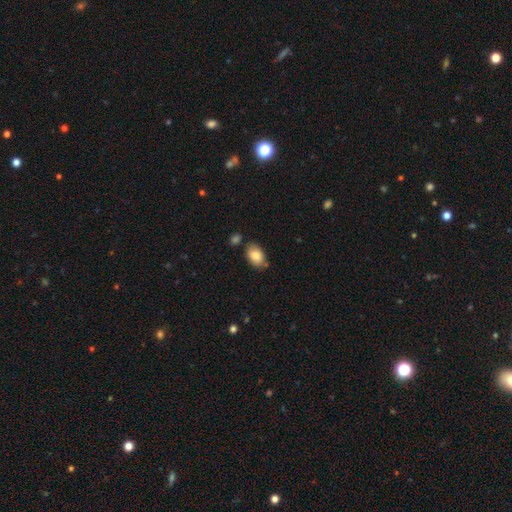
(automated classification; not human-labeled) Smooth or featured? Predicted: smooth (p=0.85). How rounded? Predicted: in between (p=0.89). Merging? Predicted: none (p=0.74).